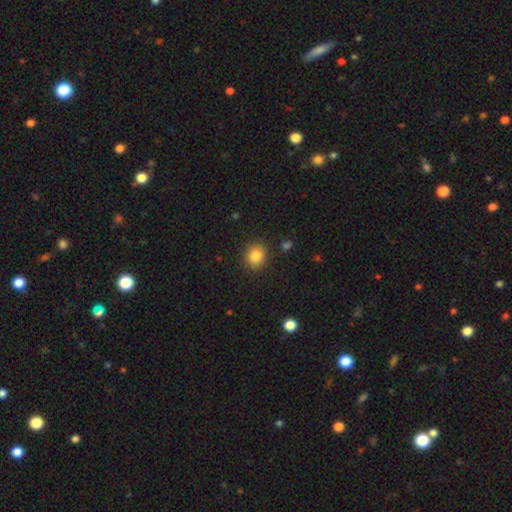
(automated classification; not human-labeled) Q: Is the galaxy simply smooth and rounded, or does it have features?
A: smooth — 84%.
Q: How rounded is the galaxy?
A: round — 74%.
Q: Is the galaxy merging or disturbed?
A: none — 88%.